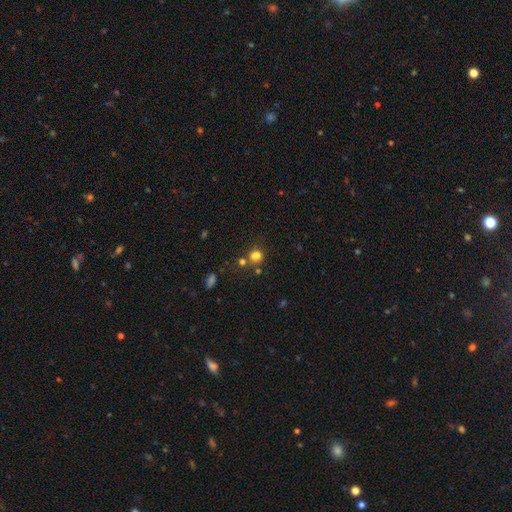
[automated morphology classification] smooth_or_featured: smooth (p=0.75) [alt: star or artifact p=0.17]
how_rounded: round (p=0.78) [alt: in between p=0.21]
merging: none (p=0.57) [alt: merger p=0.27]